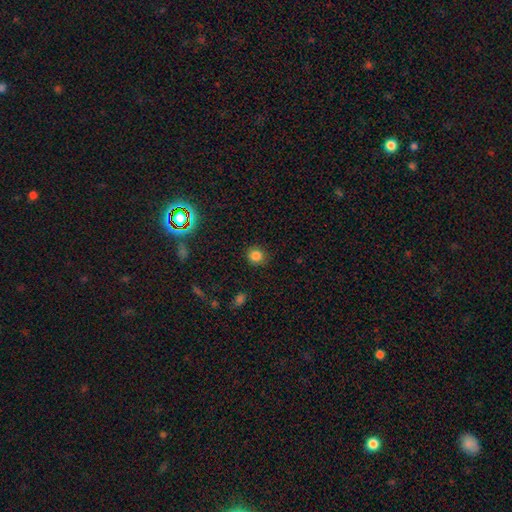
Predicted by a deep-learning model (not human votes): Smooth or featured?
  - smooth: 82% *
  - star or artifact: 13%
  - featured or disk: 4%
How rounded?
  - round: 88% *
  - in between: 11%
  - cigar-shaped: 1%
Merging?
  - none: 88% *
  - minor disturbance: 8%
  - major disturbance: 3%
  - merger: 1%